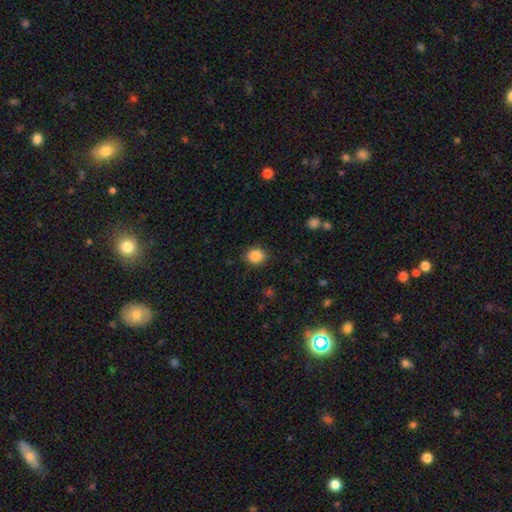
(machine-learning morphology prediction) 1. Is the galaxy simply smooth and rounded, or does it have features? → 87% smooth, 10% star or artifact, 4% featured or disk.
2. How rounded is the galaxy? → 65% round, 34% in between, 1% cigar-shaped.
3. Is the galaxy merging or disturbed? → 85% none, 11% minor disturbance, 3% major disturbance, 1% merger.